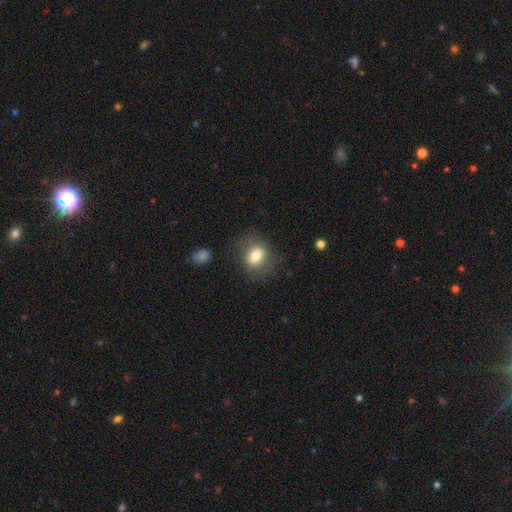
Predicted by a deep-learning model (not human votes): smooth 75%, featured or disk 16%, star or artifact 9%. Down the decision tree: how rounded — in between (57%); merging — none (76%).